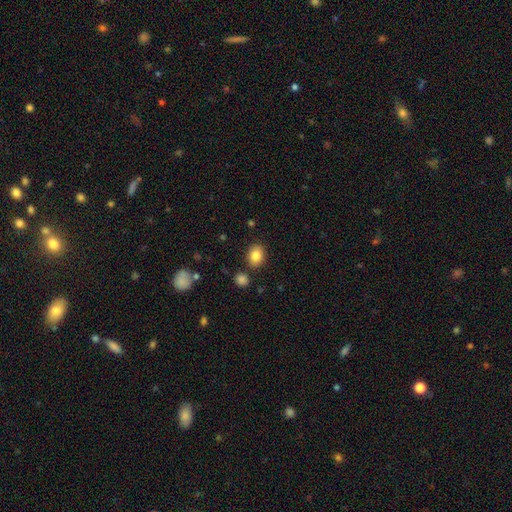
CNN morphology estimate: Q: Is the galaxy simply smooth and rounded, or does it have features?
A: smooth — 85%.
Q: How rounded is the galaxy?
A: in between — 59%.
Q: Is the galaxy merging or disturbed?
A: none — 83%.